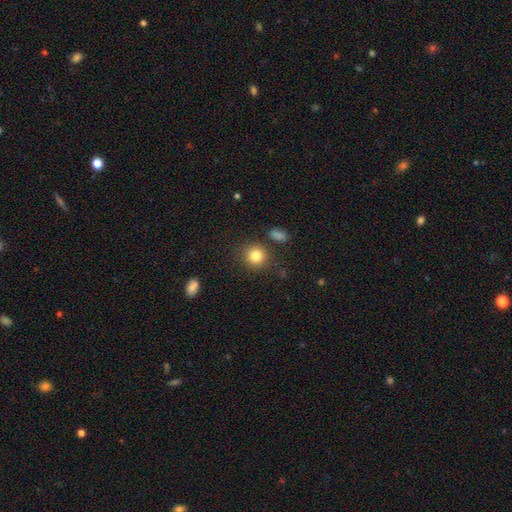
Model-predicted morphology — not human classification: type=smooth (83%); roundness=round (89%); merging=none (85%).